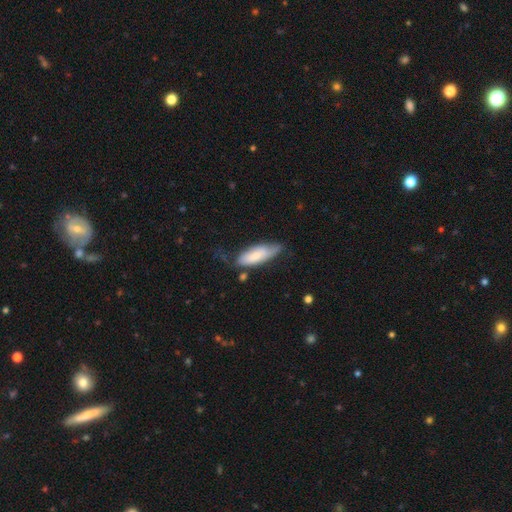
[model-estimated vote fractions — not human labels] A smooth galaxy with no disk features (71%) that is in between round and cigar-shaped (64%).

Vote fractions:
- Smooth or featured? smooth: 71% / featured or disk: 23% / star or artifact: 6%
- How rounded? in between: 64% / cigar-shaped: 34% / round: 2%
- Merging? none: 51% / minor disturbance: 35% / major disturbance: 11% / merger: 4%